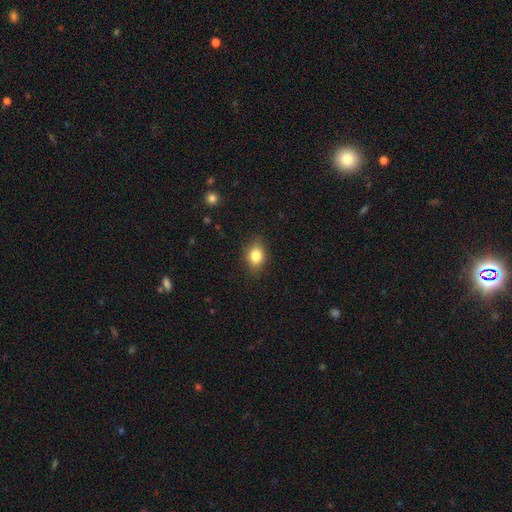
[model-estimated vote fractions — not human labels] smooth-or-featured: smooth: 82% | star or artifact: 10% | featured or disk: 9%
  how-rounded: in between: 66% | round: 32% | cigar-shaped: 2%
  merging: none: 83% | minor disturbance: 13% | major disturbance: 3% | merger: 1%